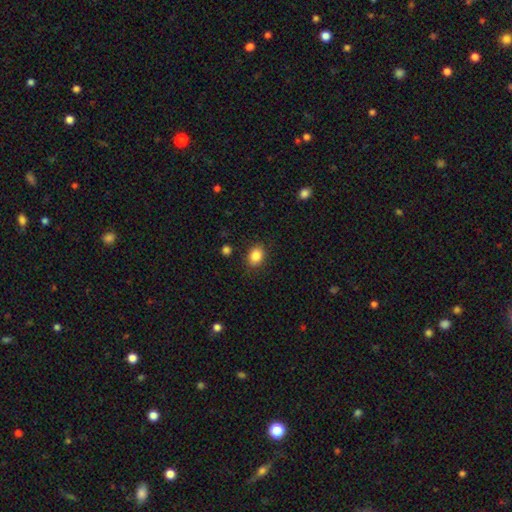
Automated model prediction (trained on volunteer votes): This is clearly a smooth galaxy (86%). How rounded: likely in between (64%). Merging: clearly none (86%).